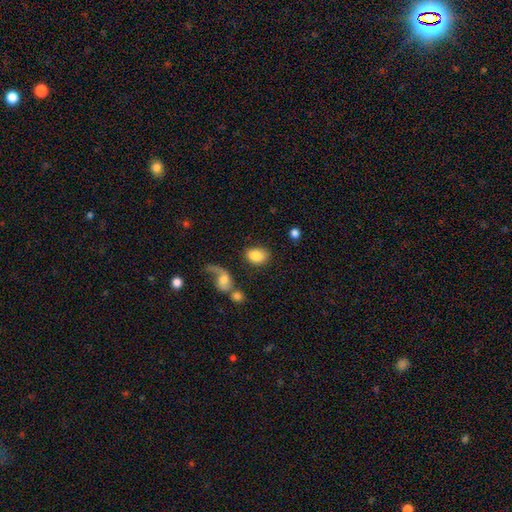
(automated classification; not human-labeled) This appears to be a smooth galaxy with no disk features (81%) that is in between round and cigar-shaped (78%). Merging: none (64%).